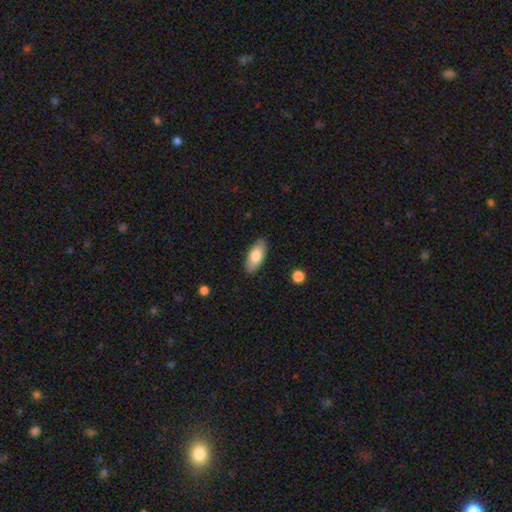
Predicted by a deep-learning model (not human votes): Q: Smooth or featured?
A: smooth (79%); runner-up: featured or disk (15%)
Q: How rounded?
A: in between (89%); runner-up: cigar-shaped (9%)
Q: Merging?
A: none (88%); runner-up: minor disturbance (9%)